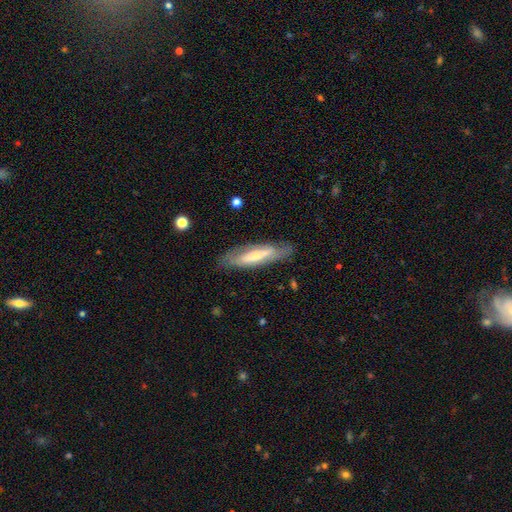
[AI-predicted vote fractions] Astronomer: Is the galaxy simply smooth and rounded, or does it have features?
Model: featured or disk — 55% (runner-up: smooth, 39%).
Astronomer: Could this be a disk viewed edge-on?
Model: no — 54% (runner-up: yes, 46%).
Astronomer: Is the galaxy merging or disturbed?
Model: none — 78%.